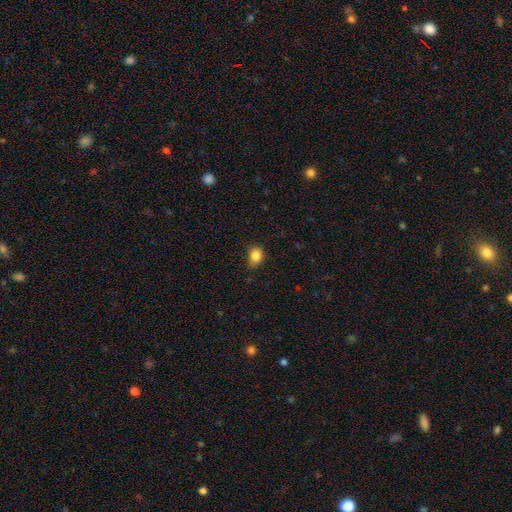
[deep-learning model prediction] Morphology: type=smooth (85%); roundness=round (54%); merging=none (79%).